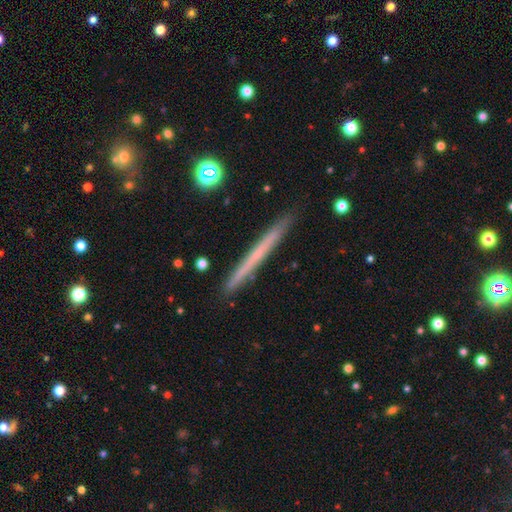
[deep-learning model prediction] A smooth galaxy with no disk features (47%).

Vote fractions:
- Smooth or featured? smooth: 47% / featured or disk: 46% / star or artifact: 7%
- Merging? none: 90% / minor disturbance: 7% / merger: 1% / major disturbance: 1%